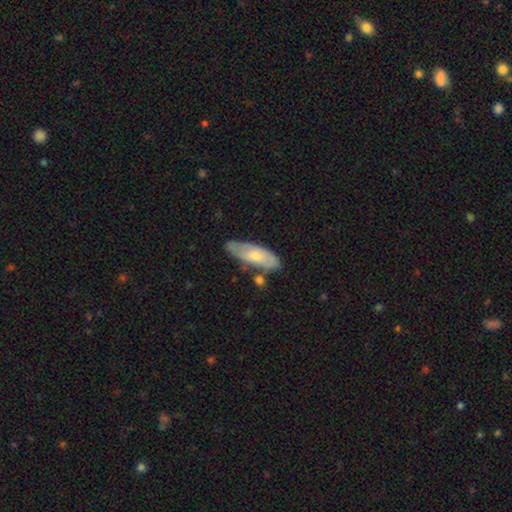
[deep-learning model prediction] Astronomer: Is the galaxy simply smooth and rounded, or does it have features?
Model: smooth — 56% (runner-up: featured or disk, 38%).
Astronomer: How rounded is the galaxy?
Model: in between — 67%.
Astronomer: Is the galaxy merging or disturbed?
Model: none — 62%.